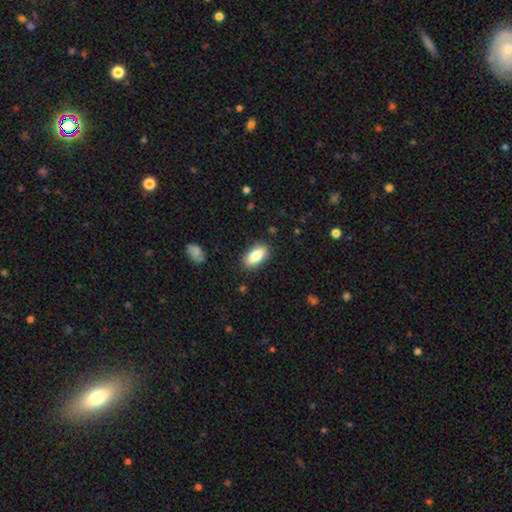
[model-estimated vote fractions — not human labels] smooth_or_featured: smooth (p=0.79) [alt: featured or disk p=0.14]
how_rounded: in between (p=0.88) [alt: cigar-shaped p=0.08]
merging: none (p=0.86) [alt: minor disturbance p=0.10]